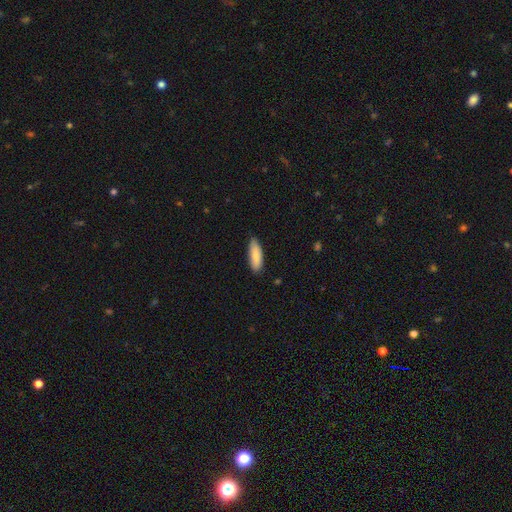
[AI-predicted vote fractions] smooth-or-featured: smooth: 85% | featured or disk: 9% | star or artifact: 6%
  how-rounded: in between: 58% | cigar-shaped: 41% | round: 2%
  merging: none: 84% | minor disturbance: 13% | major disturbance: 2% | merger: 1%